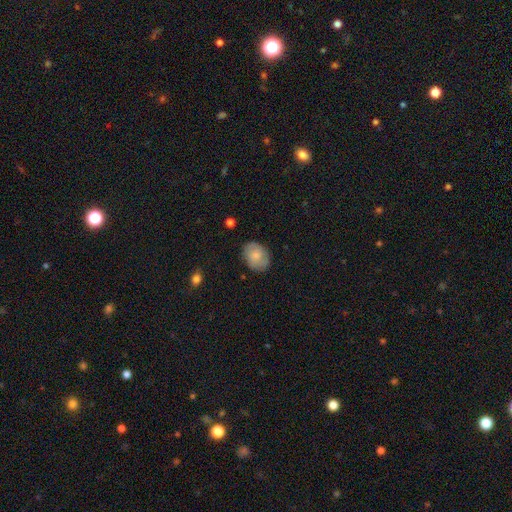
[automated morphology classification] Smooth or featured? Predicted: smooth (p=0.70). How rounded? Predicted: in between (p=0.65). Merging? Predicted: none (p=0.81).